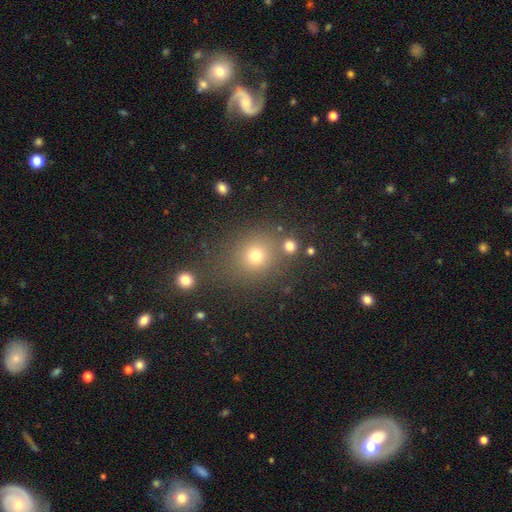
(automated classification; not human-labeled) This is likely a smooth galaxy (71%). How rounded: likely round (79%). Merging: likely none (75%).